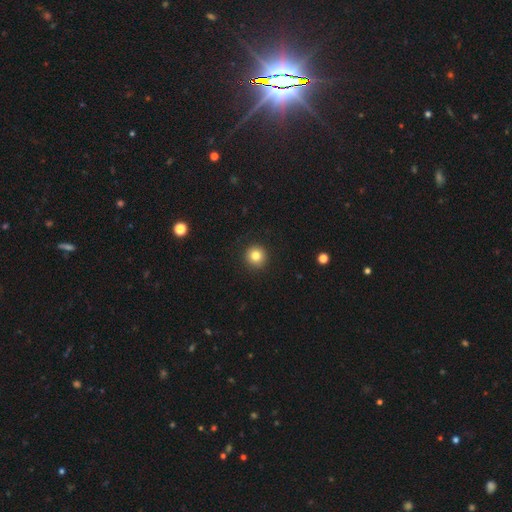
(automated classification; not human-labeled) This is clearly a smooth galaxy (82%). How rounded: clearly round (95%). Merging: clearly none (92%).